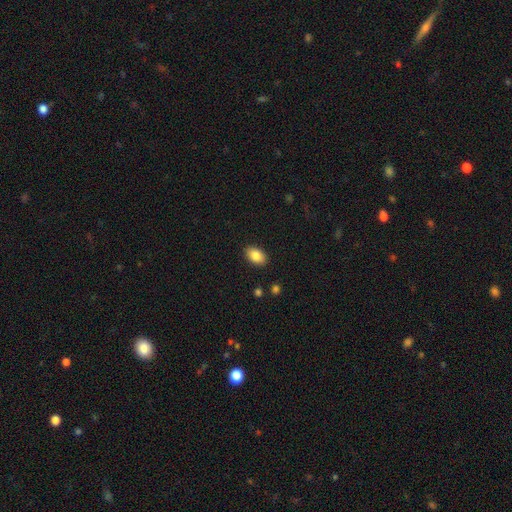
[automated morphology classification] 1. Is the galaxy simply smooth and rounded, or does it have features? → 85% smooth, 8% star or artifact, 7% featured or disk.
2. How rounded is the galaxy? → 90% in between, 9% round, 1% cigar-shaped.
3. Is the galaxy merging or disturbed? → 89% none, 8% minor disturbance, 2% major disturbance, 1% merger.